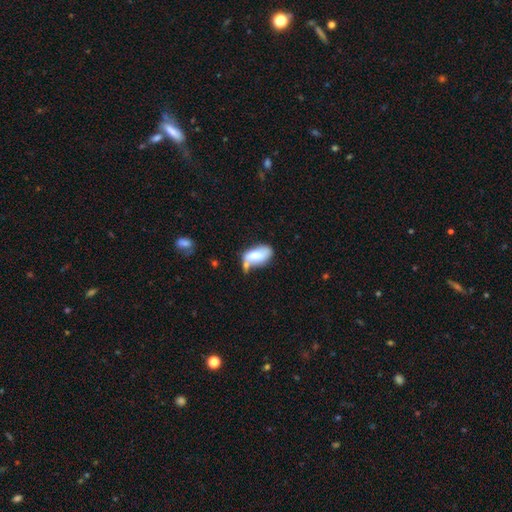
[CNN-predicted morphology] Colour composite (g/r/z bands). It shows a smooth galaxy with no disk features (65%) that is in between round and cigar-shaped (89%). Merging: none (36%).